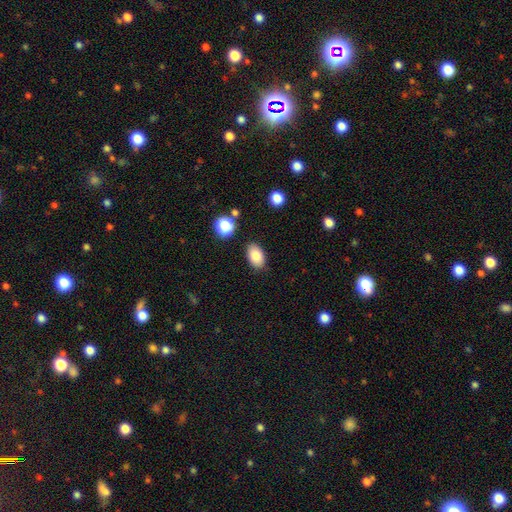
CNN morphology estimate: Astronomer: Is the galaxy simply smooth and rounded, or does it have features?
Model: smooth — 83%.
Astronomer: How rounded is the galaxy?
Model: in between — 90%.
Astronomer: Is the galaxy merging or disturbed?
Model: none — 87%.